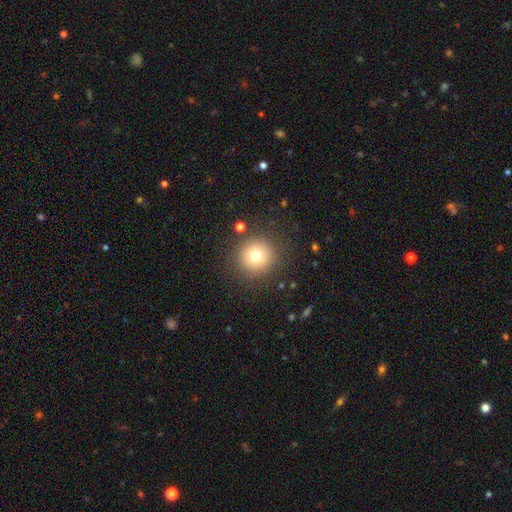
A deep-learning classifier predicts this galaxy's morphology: Smooth or featured? smooth (75%)
How rounded? round (93%)
Merging? none (87%)